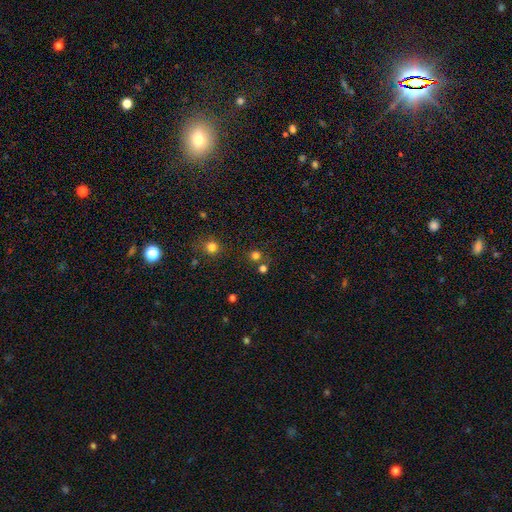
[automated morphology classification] smooth-or-featured: smooth: 73% | star or artifact: 22% | featured or disk: 6%
  how-rounded: round: 92% | in between: 7% | cigar-shaped: 1%
  merging: none: 75% | merger: 14% | minor disturbance: 7% | major disturbance: 3%